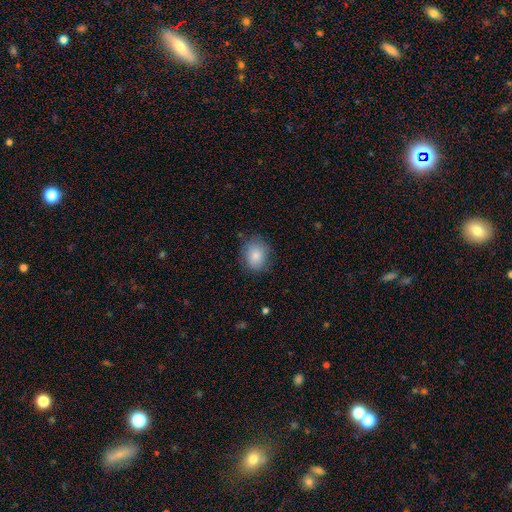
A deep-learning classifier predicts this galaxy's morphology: Smooth or featured? smooth (85%)
How rounded? round (58%)
Merging? none (79%)